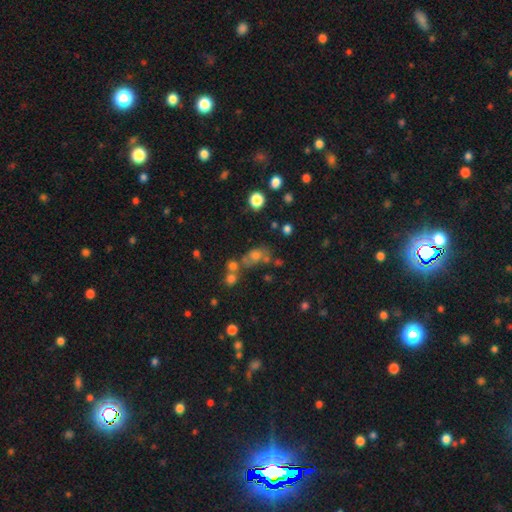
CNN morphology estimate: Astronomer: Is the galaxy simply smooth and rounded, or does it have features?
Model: smooth — 51% (runner-up: star or artifact, 30%).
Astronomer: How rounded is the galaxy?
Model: in between — 53% (runner-up: round, 43%).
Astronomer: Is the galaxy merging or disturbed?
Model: none — 46% (runner-up: merger, 30%).